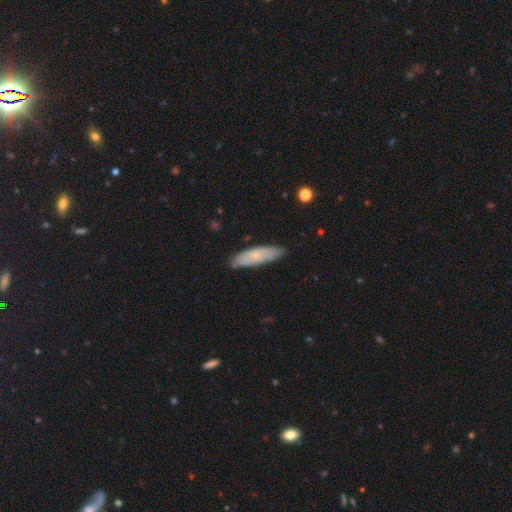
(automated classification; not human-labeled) This appears to be a smooth galaxy with no disk features (56%) that is cigar-shaped (57%). Merging: none (81%).